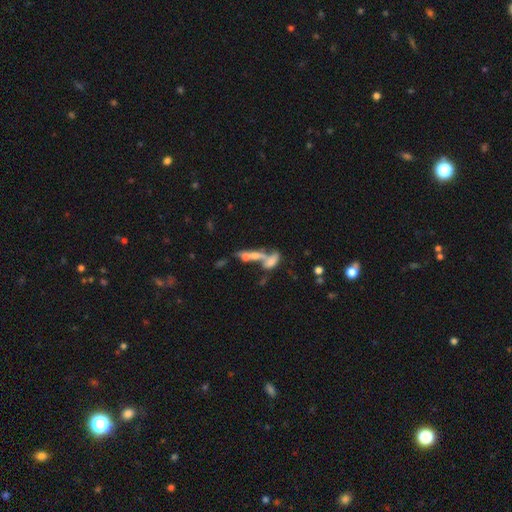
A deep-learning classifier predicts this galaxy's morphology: type=featured or disk (43%); merging=merger (59%).